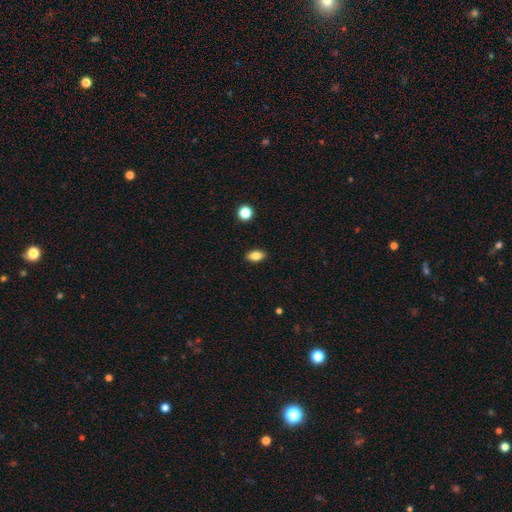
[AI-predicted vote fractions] Overall: smooth (82%). How rounded: in between (88%). Merging: none (90%).